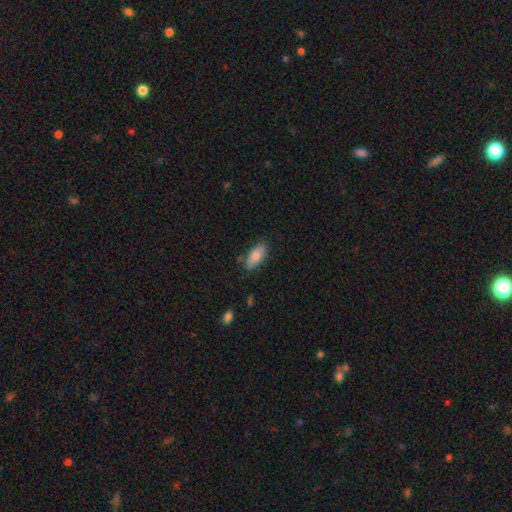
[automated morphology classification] Overall: smooth (79%). How rounded: in between (87%). Merging: none (79%).